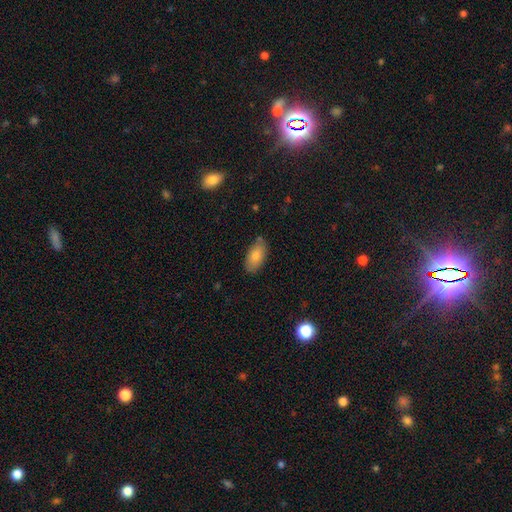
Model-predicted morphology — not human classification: smooth-or-featured: smooth: 82% | featured or disk: 11% | star or artifact: 7%
  how-rounded: in between: 93% | cigar-shaped: 4% | round: 3%
  merging: none: 80% | minor disturbance: 15% | major disturbance: 3% | merger: 2%